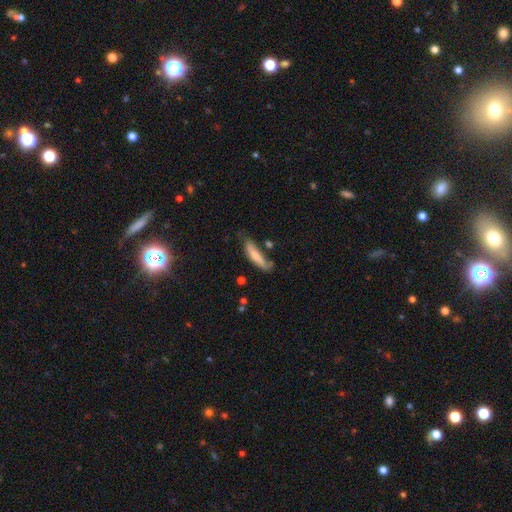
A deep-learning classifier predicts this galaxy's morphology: This appears to be a smooth galaxy with no disk features (71%) that is cigar-shaped (79%). Merging: none (58%).